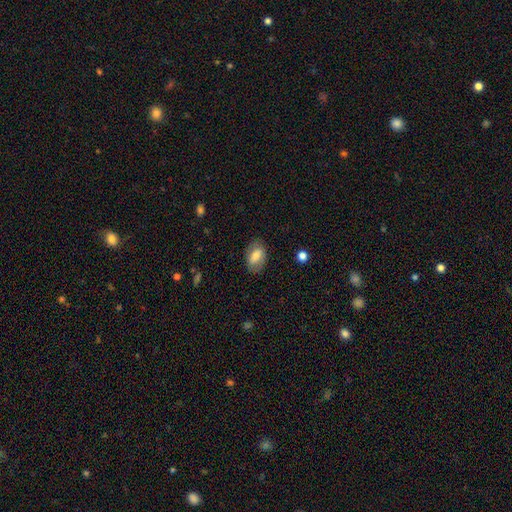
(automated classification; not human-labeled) smooth-or-featured: smooth: 70% | featured or disk: 24% | star or artifact: 7%
  how-rounded: in between: 89% | round: 8% | cigar-shaped: 2%
  merging: none: 80% | minor disturbance: 14% | major disturbance: 4% | merger: 1%